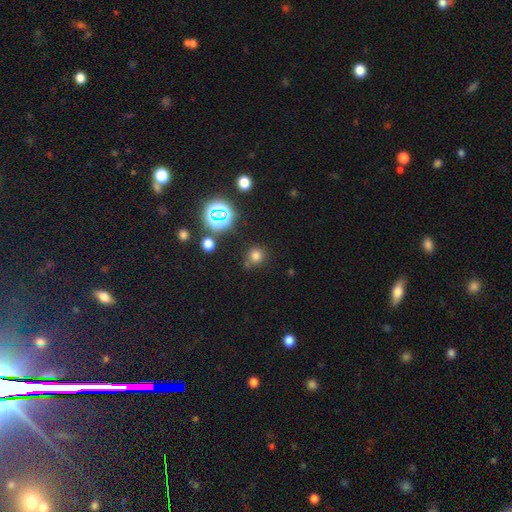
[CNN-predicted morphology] Smooth or featured?
  - smooth: 70% *
  - star or artifact: 23%
  - featured or disk: 7%
How rounded?
  - round: 89% *
  - in between: 10%
  - cigar-shaped: 1%
Merging?
  - none: 76% *
  - minor disturbance: 12%
  - merger: 8%
  - major disturbance: 4%